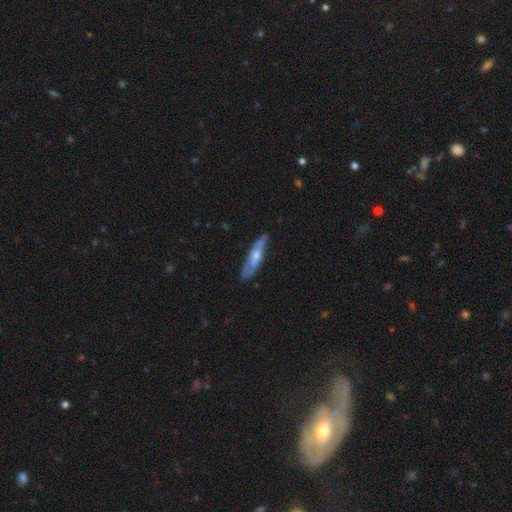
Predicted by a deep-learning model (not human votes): smooth-or-featured: featured or disk: 58% | smooth: 36% | star or artifact: 6%
  disk-edge-on: yes: 54% | no: 46%
  merging: none: 74% | minor disturbance: 20% | major disturbance: 5% | merger: 2%